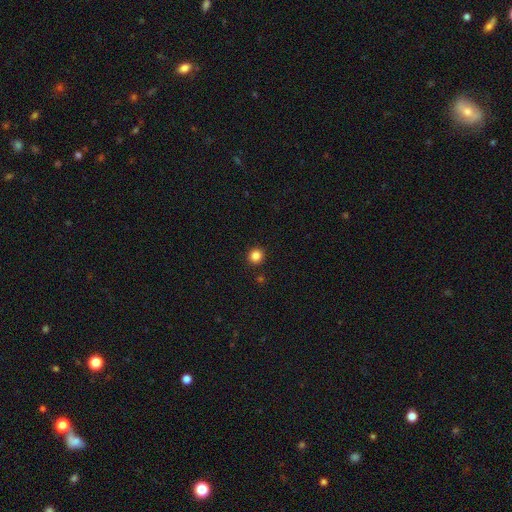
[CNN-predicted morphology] Smooth or featured: smooth — 84% (star or artifact — 12%)
How rounded: round — 94% (in between — 5%)
Merging: none — 92% (minor disturbance — 5%)